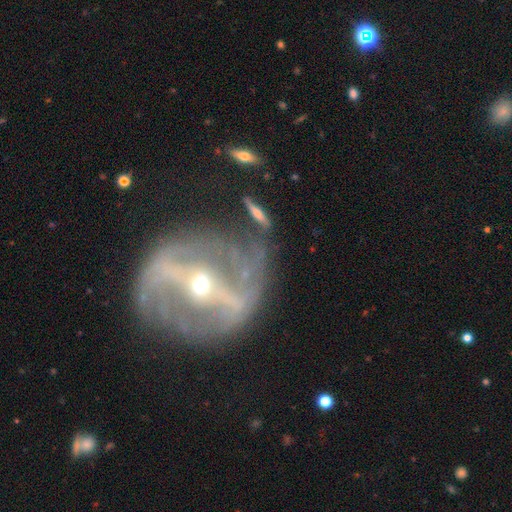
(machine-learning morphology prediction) Smooth or featured? featured or disk (82%)
Edge-on disk? no (85%)
Bar? strong (64%)
Spiral arms? yes (70%)
Bulge size? moderate (60%)
Merging? none (64%)